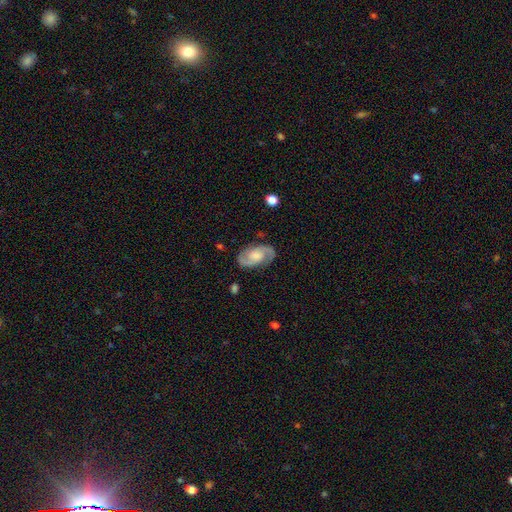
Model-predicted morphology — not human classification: A featured or disk galaxy (82%) with no bar (51%), 2 (92%) medium (54%) spiral arms (96%) and a moderate central bulge (36%).

Vote fractions:
- Smooth or featured? featured or disk: 82% / smooth: 12% / star or artifact: 5%
- Edge-on disk? no: 97% / yes: 3%
- Bar? no: 51% / weak: 39% / strong: 9%
- Spiral arms? yes: 96% / no: 4%
- Spiral winding? medium: 54% / tight: 28% / loose: 18%
- Spiral arm count? 2: 92% / can't tell: 3% / 1: 1% / 3: 1% / 4: 1% / more than 4: 1%
- Bulge size? moderate: 36% / small: 24% / none: 19% / large: 19% / dominant: 2%
- Merging? none: 83% / minor disturbance: 12% / major disturbance: 4% / merger: 1%